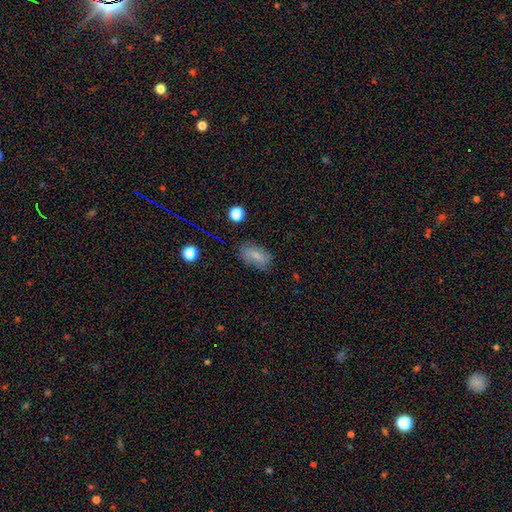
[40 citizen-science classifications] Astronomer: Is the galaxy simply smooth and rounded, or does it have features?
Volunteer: smooth — 85%.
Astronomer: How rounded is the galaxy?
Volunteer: in between — 94%.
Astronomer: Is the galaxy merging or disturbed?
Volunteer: none — 84%.